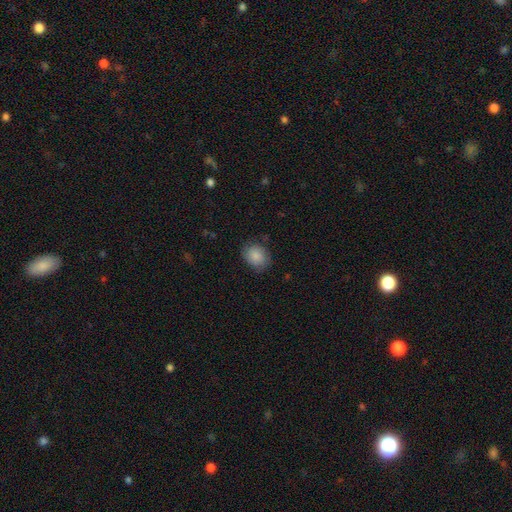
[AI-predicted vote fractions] This is clearly a smooth galaxy (83%). How rounded: possibly round (50%). Merging: likely none (77%).